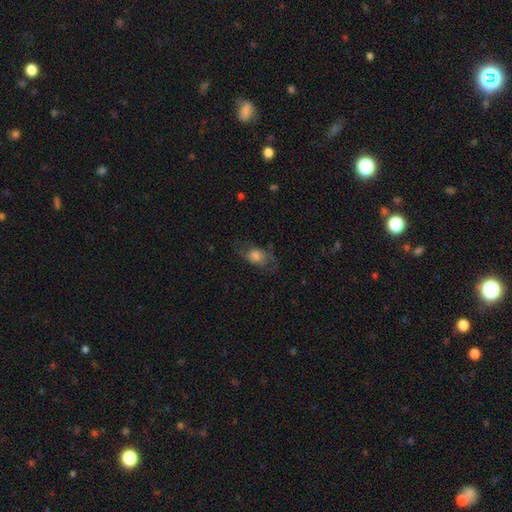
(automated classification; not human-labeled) Smooth or featured? Predicted: smooth (p=0.56). How rounded? Predicted: in between (p=0.69). Merging? Predicted: none (p=0.59).